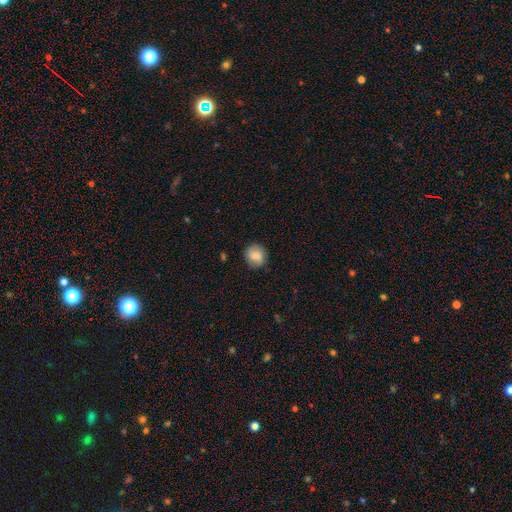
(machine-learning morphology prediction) Smooth or featured?
  - smooth: 78% *
  - featured or disk: 14%
  - star or artifact: 8%
How rounded?
  - round: 83% *
  - in between: 16%
  - cigar-shaped: 1%
Merging?
  - none: 85% *
  - minor disturbance: 11%
  - major disturbance: 3%
  - merger: 1%